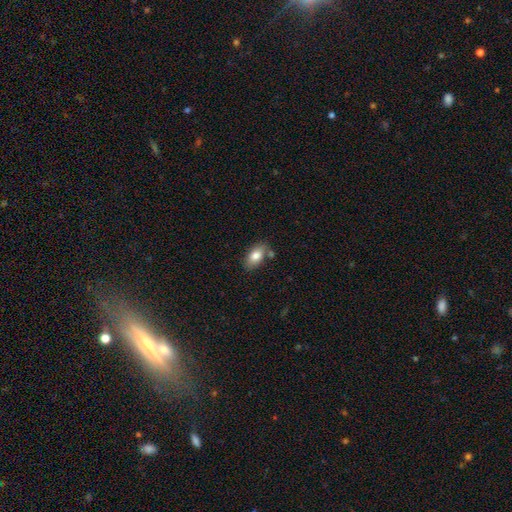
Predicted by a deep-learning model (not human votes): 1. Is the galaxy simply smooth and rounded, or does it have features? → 80% smooth, 13% featured or disk, 7% star or artifact.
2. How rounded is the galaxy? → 91% in between, 6% round, 3% cigar-shaped.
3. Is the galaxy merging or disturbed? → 73% none, 15% minor disturbance, 9% merger, 3% major disturbance.